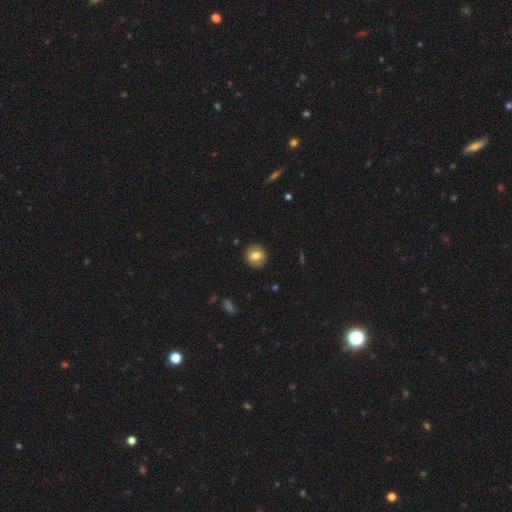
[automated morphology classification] A smooth galaxy with no disk features (73%) that is round (80%). Merging: none (89%).